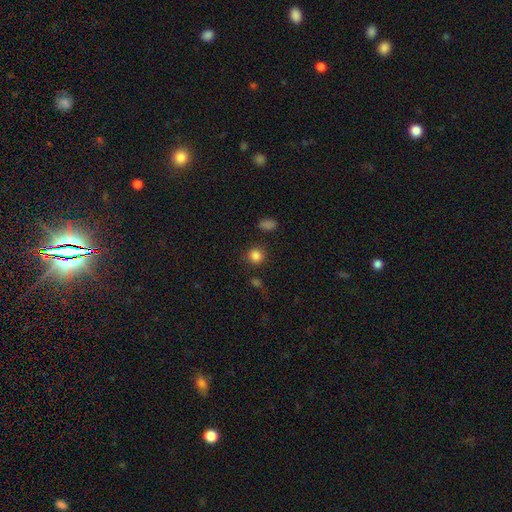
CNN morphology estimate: A smooth galaxy with no disk features (84%) that is round (90%).

Vote fractions:
- Smooth or featured? smooth: 84% / star or artifact: 12% / featured or disk: 4%
- How rounded? round: 90% / in between: 9% / cigar-shaped: 1%
- Merging? none: 85% / minor disturbance: 8% / merger: 4% / major disturbance: 3%